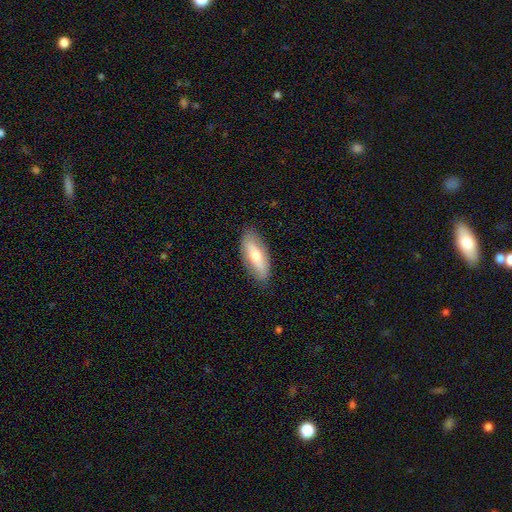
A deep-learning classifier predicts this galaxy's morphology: This appears to be a smooth galaxy with no disk features (58%) that is in between round and cigar-shaped (71%). Merging: none (84%).